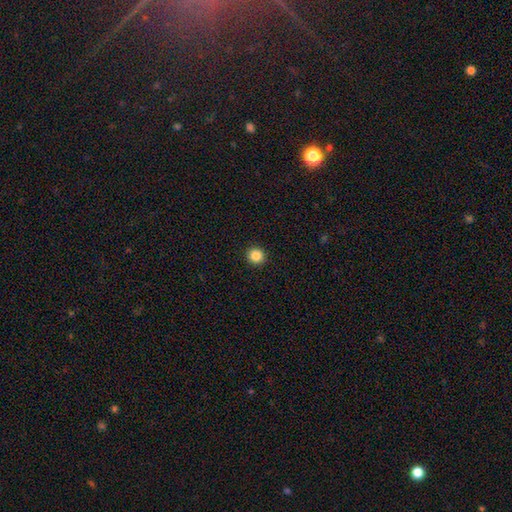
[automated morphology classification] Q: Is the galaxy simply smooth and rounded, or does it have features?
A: smooth — 86%.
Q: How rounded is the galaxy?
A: round — 93%.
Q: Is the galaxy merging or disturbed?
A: none — 93%.